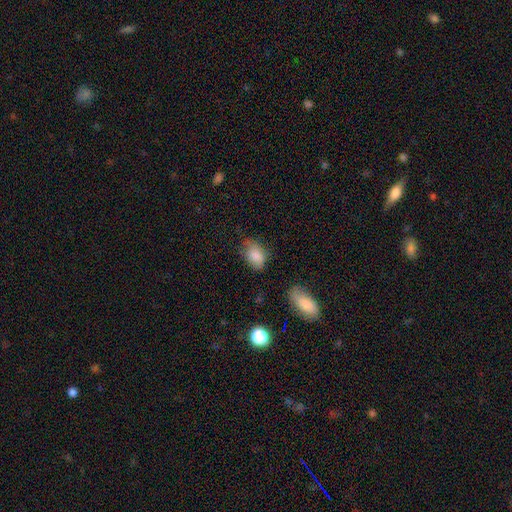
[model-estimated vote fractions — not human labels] smooth-or-featured: smooth: 84% | featured or disk: 8% | star or artifact: 8%
  how-rounded: in between: 87% | round: 12% | cigar-shaped: 2%
  merging: none: 56% | minor disturbance: 32% | major disturbance: 9% | merger: 3%